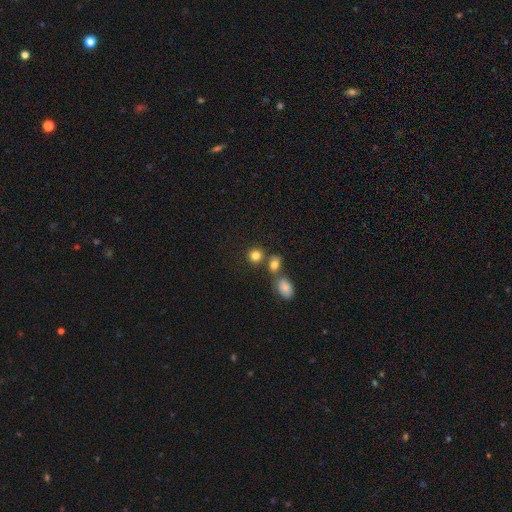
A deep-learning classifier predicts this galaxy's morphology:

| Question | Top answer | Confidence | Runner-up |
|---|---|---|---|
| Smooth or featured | smooth | 80% | star or artifact (12%) |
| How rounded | round | 79% | in between (20%) |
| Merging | none | 65% | merger (21%) |